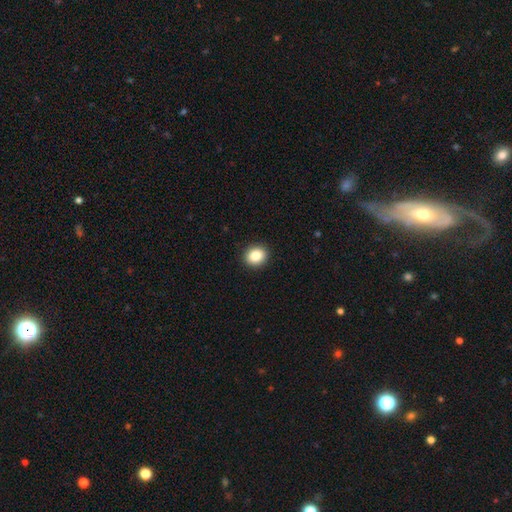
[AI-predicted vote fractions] A smooth galaxy with no disk features (86%) that is round (71%). Merging: none (92%).